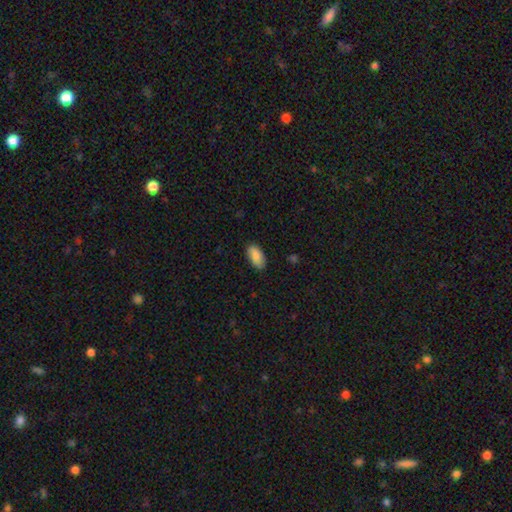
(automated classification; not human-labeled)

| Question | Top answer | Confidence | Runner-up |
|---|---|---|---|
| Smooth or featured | smooth | 87% | featured or disk (7%) |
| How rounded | in between | 93% | cigar-shaped (4%) |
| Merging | none | 83% | minor disturbance (13%) |